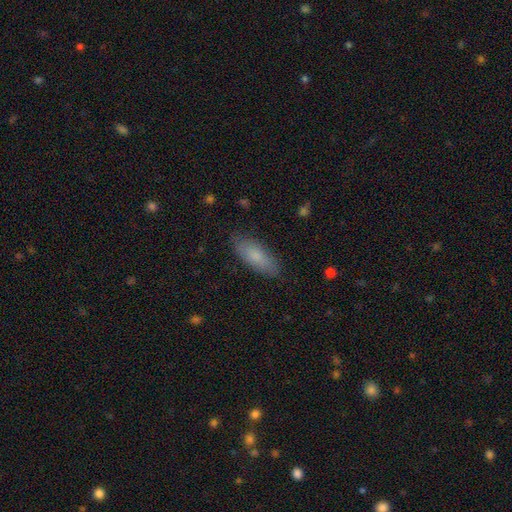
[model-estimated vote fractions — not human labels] Morphology: type=smooth (80%); roundness=in between (71%); merging=none (84%).